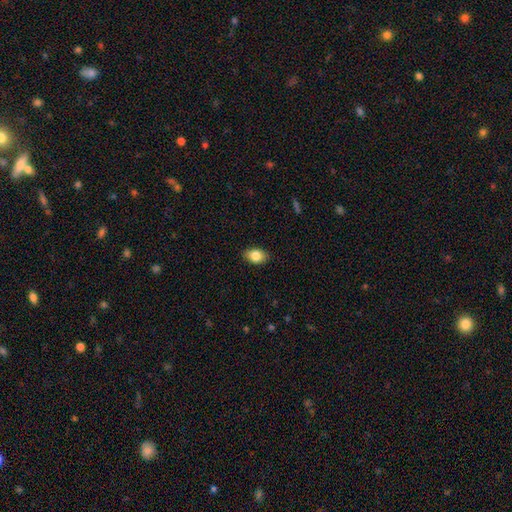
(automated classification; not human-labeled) The model was most divided on "how rounded": in between: 81%, round: 17%, cigar-shaped: 2%. More confident: merging — none (85%); smooth or featured — smooth (83%).